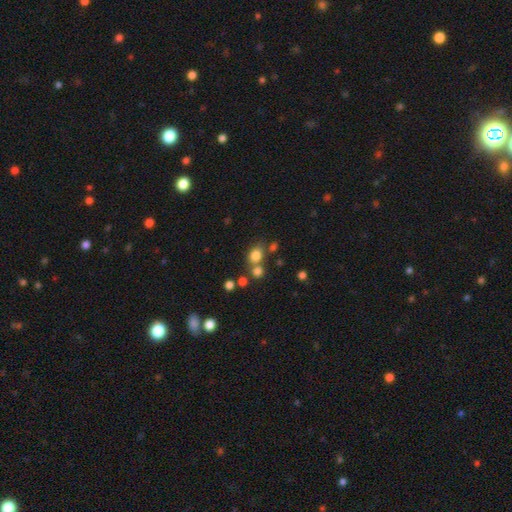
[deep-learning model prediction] smooth-or-featured: smooth: 77% | star or artifact: 15% | featured or disk: 9%
  how-rounded: round: 59% | in between: 40% | cigar-shaped: 1%
  merging: none: 56% | merger: 28% | minor disturbance: 11% | major disturbance: 5%